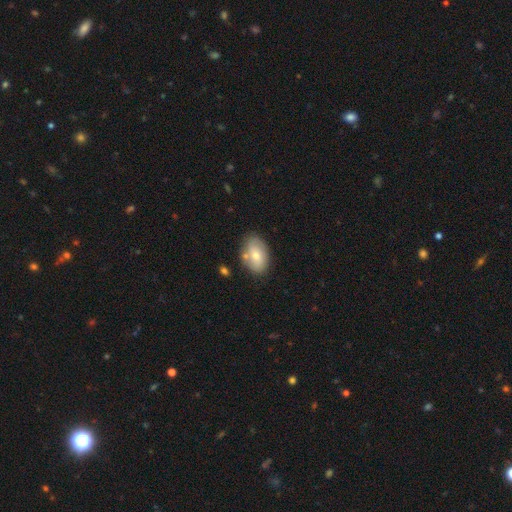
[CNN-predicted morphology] Smooth or featured? Predicted: smooth (p=0.67). How rounded? Predicted: in between (p=0.88). Merging? Predicted: none (p=0.73).